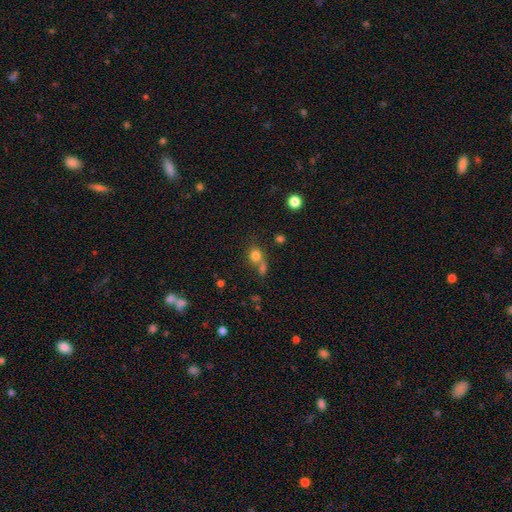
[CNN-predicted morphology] A smooth galaxy with no disk features (79%) that is round (75%). Merging: none (49%).